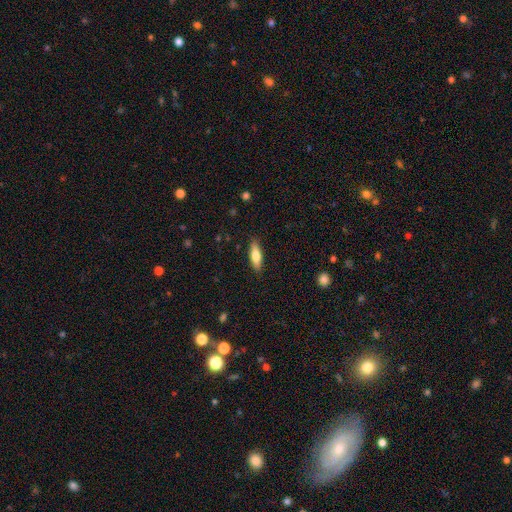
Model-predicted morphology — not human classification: smooth 71%, featured or disk 23%, star or artifact 6%. Down the decision tree: how rounded — cigar-shaped (53%); merging — none (88%).